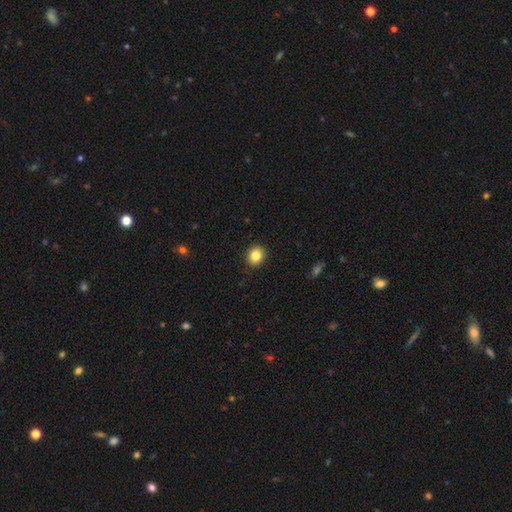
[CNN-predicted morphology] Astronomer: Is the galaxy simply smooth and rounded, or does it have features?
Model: smooth — 84%.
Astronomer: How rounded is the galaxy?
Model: round — 76%.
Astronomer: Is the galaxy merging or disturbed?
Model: none — 92%.